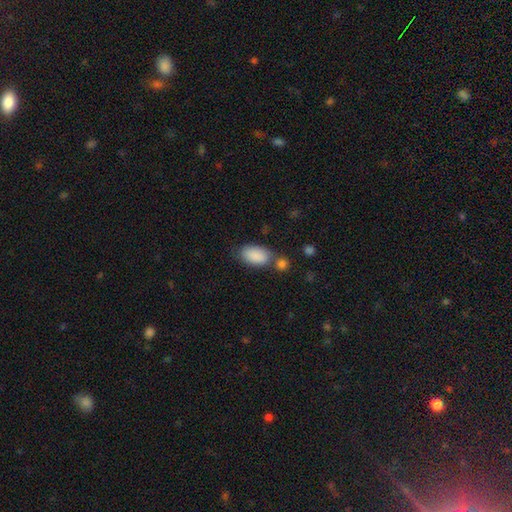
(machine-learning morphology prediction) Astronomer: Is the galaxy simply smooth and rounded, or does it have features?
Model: smooth — 89%.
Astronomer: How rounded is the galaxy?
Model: in between — 94%.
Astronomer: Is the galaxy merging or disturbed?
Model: none — 59%.